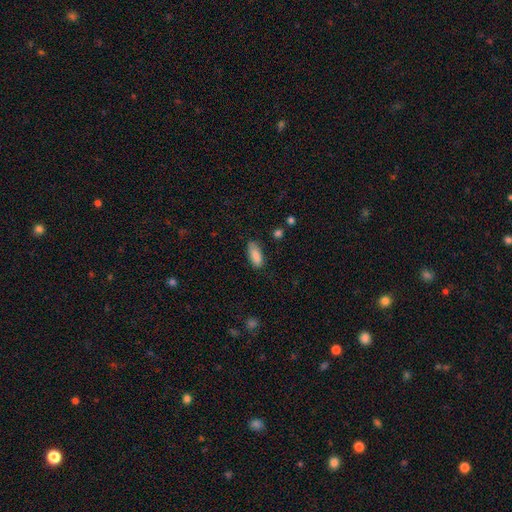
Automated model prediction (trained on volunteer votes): This is clearly a smooth galaxy (87%). How rounded: clearly in between (81%). Merging: likely none (74%).